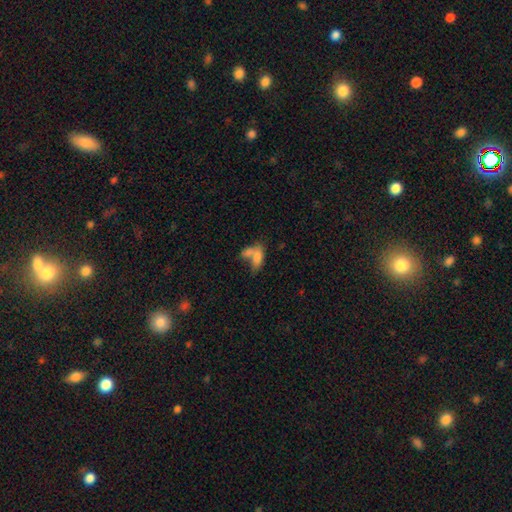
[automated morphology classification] Smooth or featured? smooth (73%)
How rounded? in between (82%)
Merging? merger (57%)